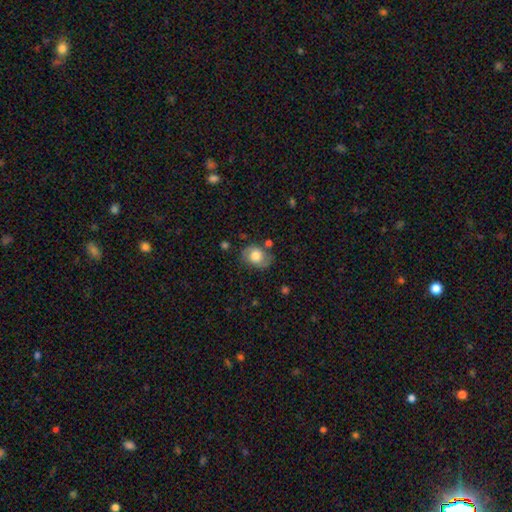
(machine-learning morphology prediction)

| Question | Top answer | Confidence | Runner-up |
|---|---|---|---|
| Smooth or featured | smooth | 65% | featured or disk (27%) |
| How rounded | in between | 56% | round (43%) |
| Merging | none | 67% | minor disturbance (22%) |